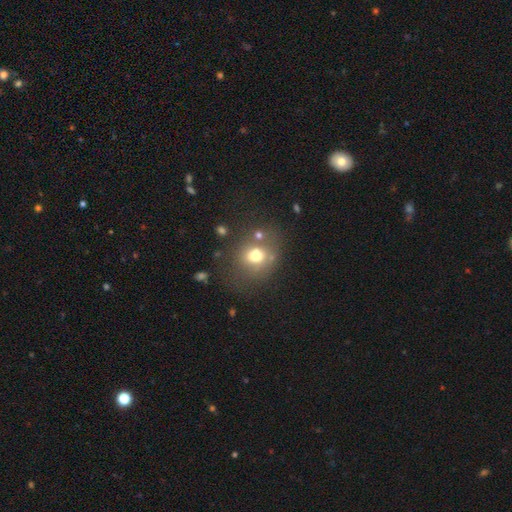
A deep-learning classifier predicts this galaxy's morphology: This is likely a smooth galaxy (68%). How rounded: likely round (70%). Merging: possibly none (59%).